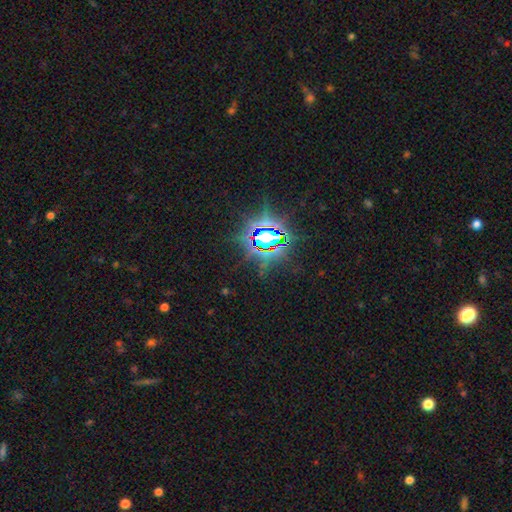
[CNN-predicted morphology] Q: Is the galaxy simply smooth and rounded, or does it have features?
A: star or artifact — 85%.